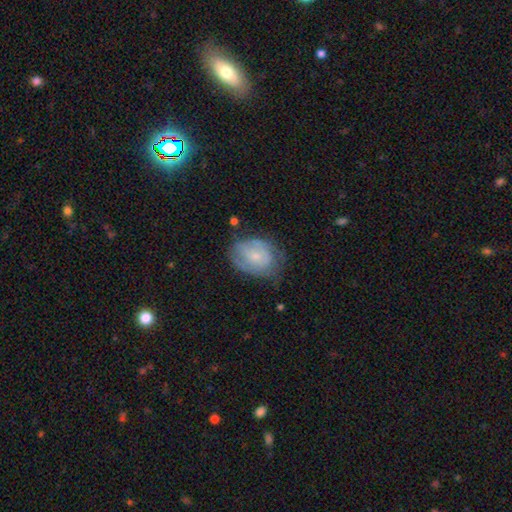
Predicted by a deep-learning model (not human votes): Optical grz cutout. It shows a featured or disk galaxy (53%) with no bar (75%), spiral arms (70%) and a small central bulge (67%). Merging: none (59%).